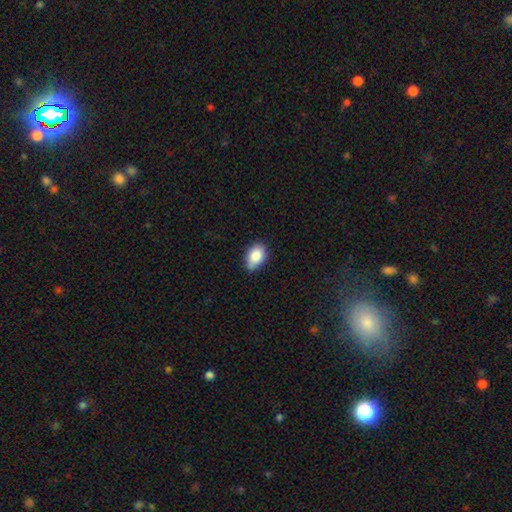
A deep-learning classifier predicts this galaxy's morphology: Smooth or featured? Predicted: smooth (p=0.84). How rounded? Predicted: in between (p=0.82). Merging? Predicted: none (p=0.61).